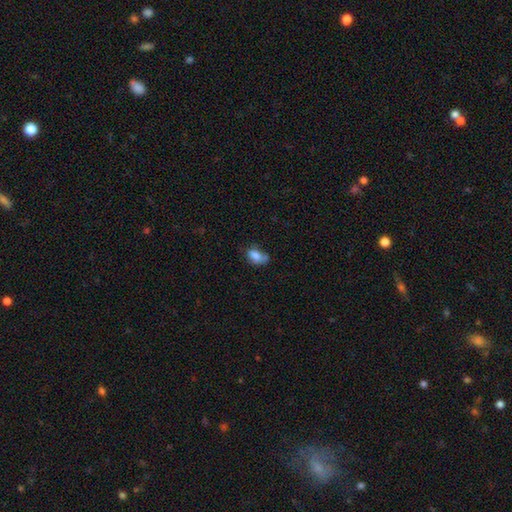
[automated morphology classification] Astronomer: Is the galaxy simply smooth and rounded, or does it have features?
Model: smooth — 78%.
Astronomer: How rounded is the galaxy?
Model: in between — 85%.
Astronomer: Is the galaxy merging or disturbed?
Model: none — 41% (runner-up: minor disturbance, 36%).